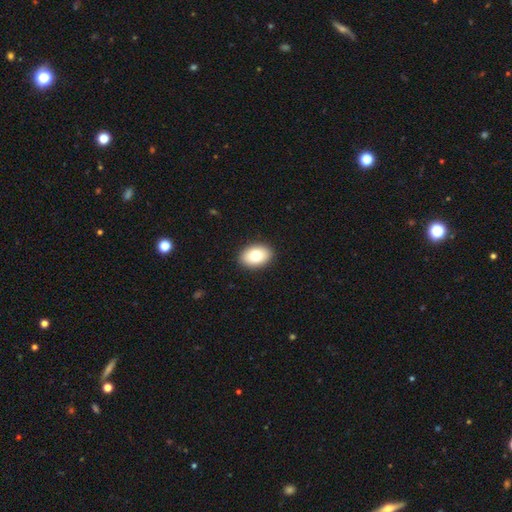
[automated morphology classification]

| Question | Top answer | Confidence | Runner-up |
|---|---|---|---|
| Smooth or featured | smooth | 78% | featured or disk (14%) |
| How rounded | in between | 83% | round (16%) |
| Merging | none | 91% | minor disturbance (6%) |